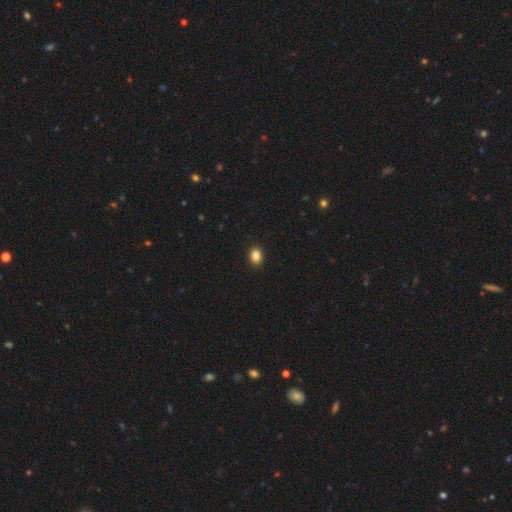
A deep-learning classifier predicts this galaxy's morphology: A smooth galaxy with no disk features (87%) that is in between round and cigar-shaped (74%). Merging: none (90%).